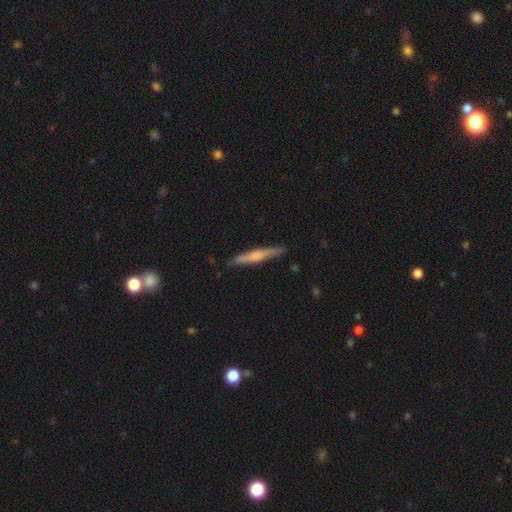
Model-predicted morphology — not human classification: A featured or disk galaxy (48%). Merging: none (88%).